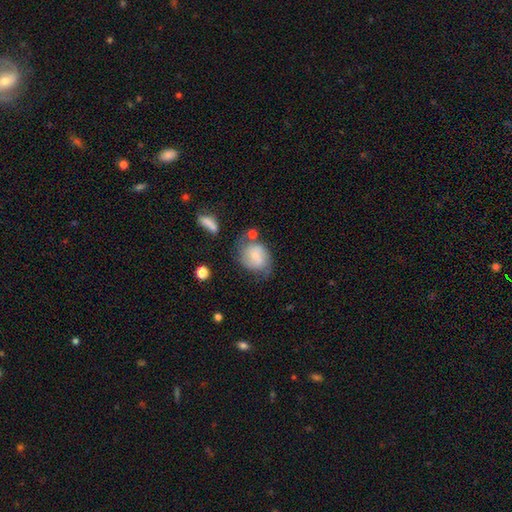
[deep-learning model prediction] Overall: smooth (47%; featured or disk 44%). Merging: none (48%; minor disturbance 25%).